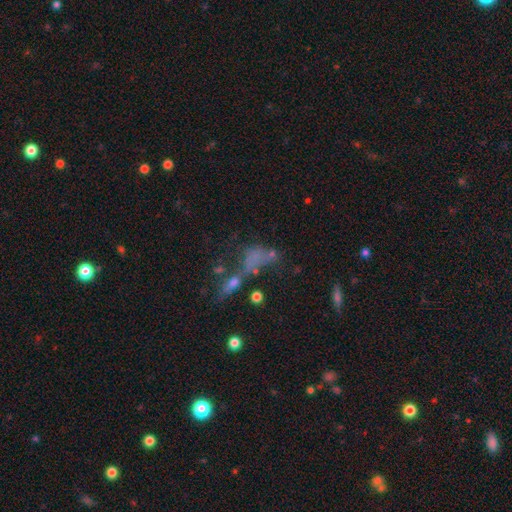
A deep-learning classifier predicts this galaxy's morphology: This appears to be a smooth galaxy with no disk features (46%). Merging: none (29%).